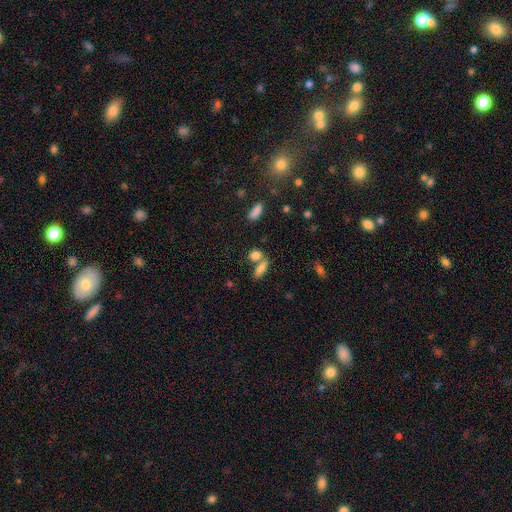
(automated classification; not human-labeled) Smooth or featured?
  - smooth: 79% *
  - star or artifact: 11%
  - featured or disk: 10%
How rounded?
  - in between: 61% *
  - round: 22%
  - cigar-shaped: 18%
Merging?
  - none: 49% *
  - merger: 37%
  - minor disturbance: 10%
  - major disturbance: 4%